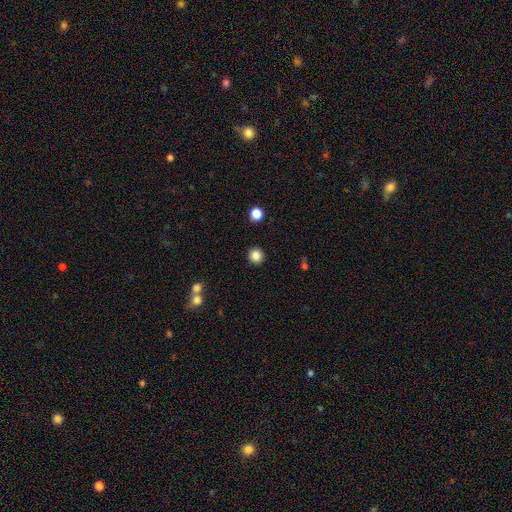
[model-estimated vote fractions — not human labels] Smooth or featured? smooth (85%)
How rounded? round (92%)
Merging? none (92%)